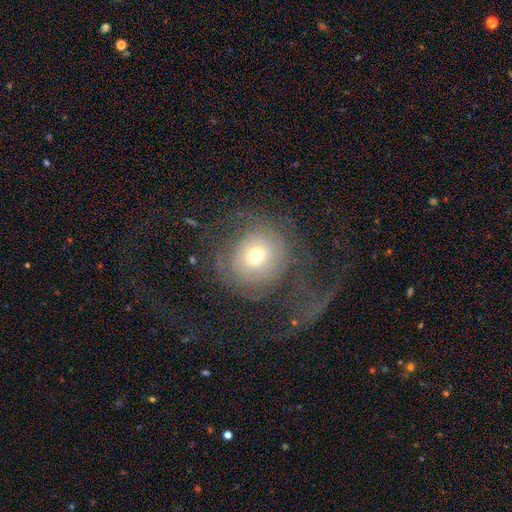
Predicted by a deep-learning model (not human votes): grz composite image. It shows a featured or disk galaxy (51%). Merging: none (49%).